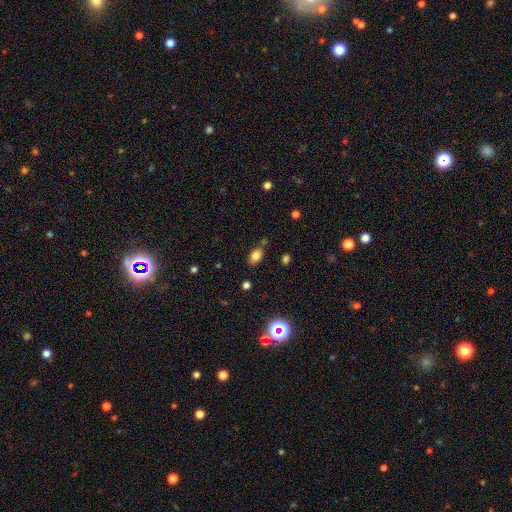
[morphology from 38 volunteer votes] type=smooth (84%); roundness=in between (84%); merging=none (77%).